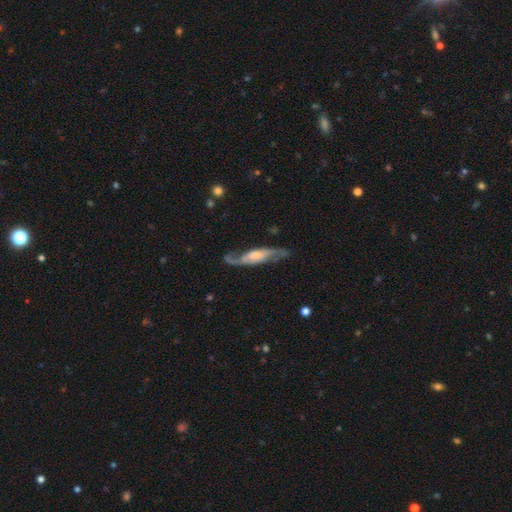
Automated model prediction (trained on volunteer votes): Overall: featured or disk (80%). Edge-on disk: no (73%). Bar: no (45%; weak 38%). Spiral arms: yes (94%). Spiral arm count: 2 (87%). Spiral winding: loose (54%; medium 35%). Bulge size: moderate (42%; small 31%). Merging: none (72%).